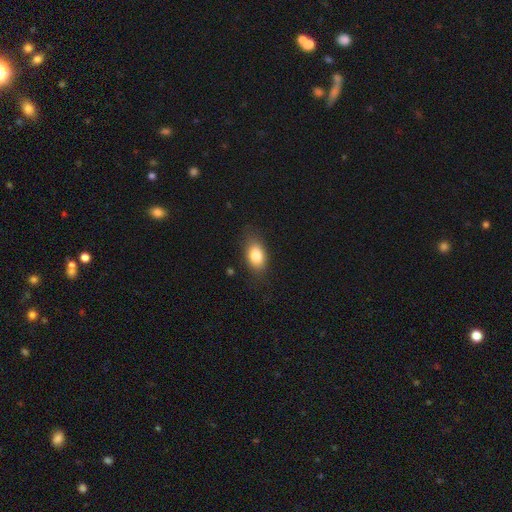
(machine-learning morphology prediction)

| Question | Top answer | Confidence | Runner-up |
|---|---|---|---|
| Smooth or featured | smooth | 81% | featured or disk (11%) |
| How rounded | in between | 86% | round (11%) |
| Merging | none | 80% | minor disturbance (15%) |